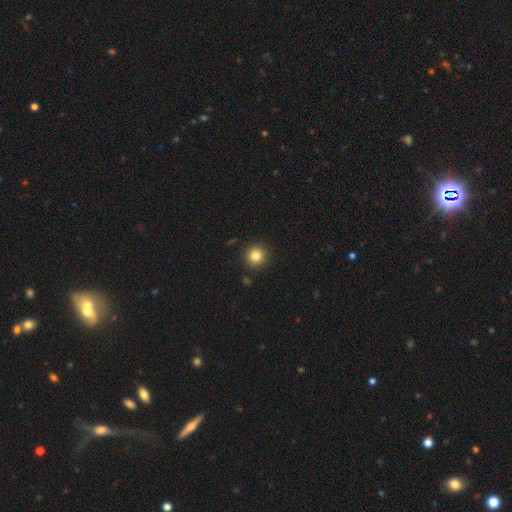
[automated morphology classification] This appears to be a smooth galaxy with no disk features (84%) that is round (94%). Merging: none (91%).